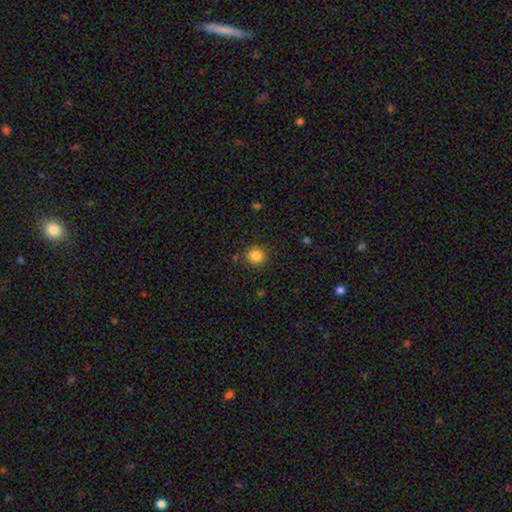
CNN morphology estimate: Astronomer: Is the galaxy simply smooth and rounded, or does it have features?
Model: smooth — 84%.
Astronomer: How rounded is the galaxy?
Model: round — 85%.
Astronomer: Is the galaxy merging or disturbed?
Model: none — 85%.